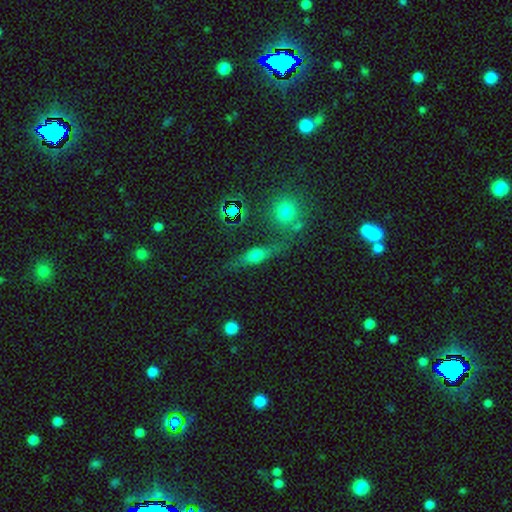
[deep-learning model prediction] smooth_or_featured: smooth (p=0.47) [alt: featured or disk p=0.35]
merging: none (p=0.70) [alt: minor disturbance p=0.15]